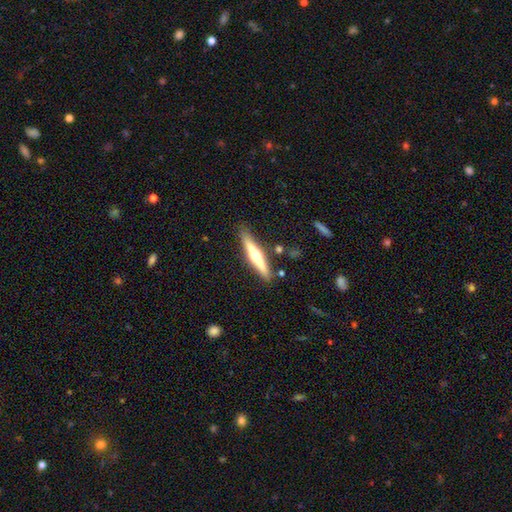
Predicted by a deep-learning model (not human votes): Smooth or featured?
  - featured or disk: 59% *
  - smooth: 35%
  - star or artifact: 6%
Edge-on disk?
  - yes: 96% *
  - no: 4%
Edge-on bulge?
  - rounded: 90% *
  - none: 6%
  - boxy: 4%
Merging?
  - none: 86% *
  - minor disturbance: 9%
  - merger: 3%
  - major disturbance: 2%